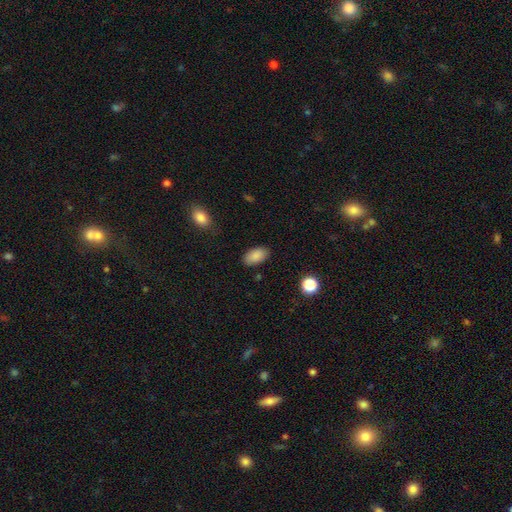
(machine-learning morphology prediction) This is clearly a smooth galaxy (87%). How rounded: clearly in between (94%). Merging: clearly none (86%).